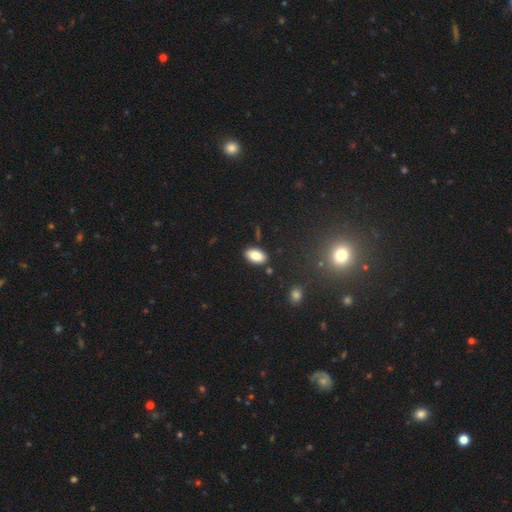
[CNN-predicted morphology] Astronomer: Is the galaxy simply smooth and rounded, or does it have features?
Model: smooth — 84%.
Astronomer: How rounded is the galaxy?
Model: in between — 94%.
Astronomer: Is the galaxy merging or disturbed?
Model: none — 86%.